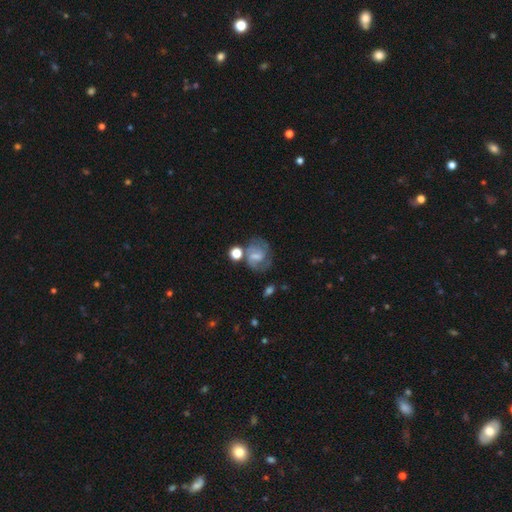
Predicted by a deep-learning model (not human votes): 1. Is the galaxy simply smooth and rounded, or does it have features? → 52% featured or disk, 38% smooth, 10% star or artifact.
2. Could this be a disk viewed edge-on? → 97% no, 3% yes.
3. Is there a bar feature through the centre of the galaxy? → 48% weak, 38% no, 14% strong.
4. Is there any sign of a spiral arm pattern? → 74% yes, 26% no.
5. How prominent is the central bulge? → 40% small, 30% moderate, 22% none, 6% large, 2% dominant.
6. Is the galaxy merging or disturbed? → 52% none, 21% minor disturbance, 14% major disturbance, 13% merger.